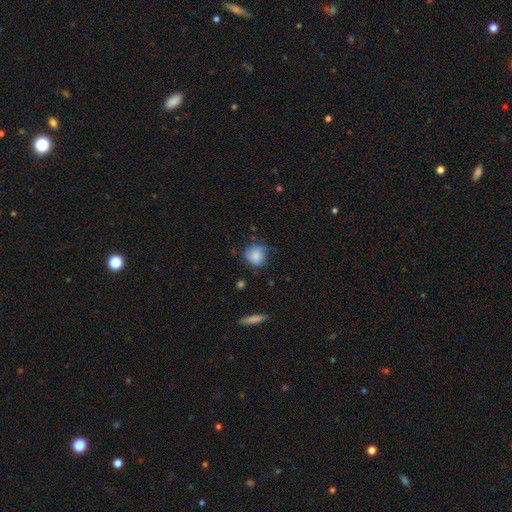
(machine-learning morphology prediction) Smooth or featured: smooth — 78% (featured or disk — 14%)
How rounded: round — 78% (in between — 21%)
Merging: none — 58% (minor disturbance — 30%)